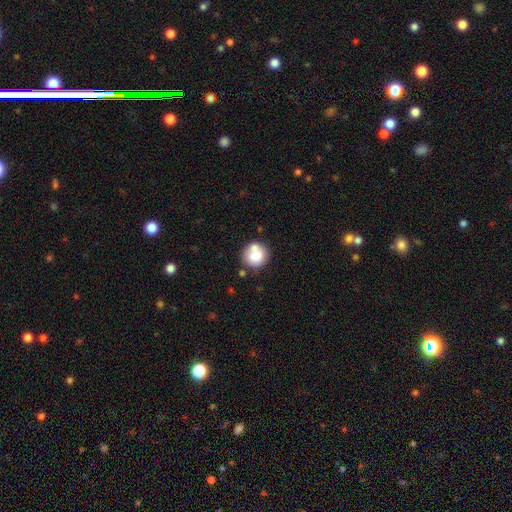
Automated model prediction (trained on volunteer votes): The model was most divided on "merging": none: 55%, merger: 27%, minor disturbance: 13%, major disturbance: 5%. More confident: how rounded — round (86%); smooth or featured — smooth (73%).